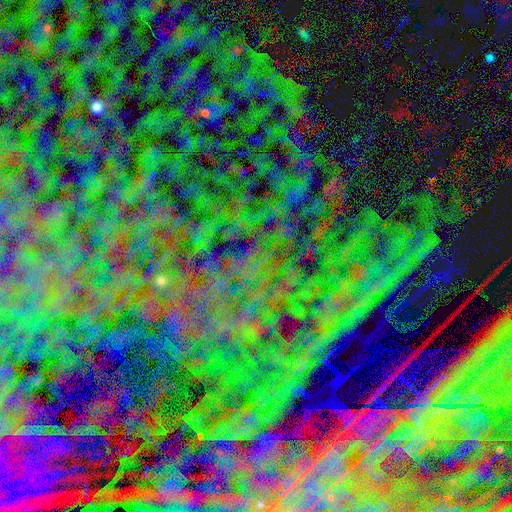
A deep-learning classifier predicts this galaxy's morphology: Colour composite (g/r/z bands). It shows a star or artifact, not a galaxy (82%).